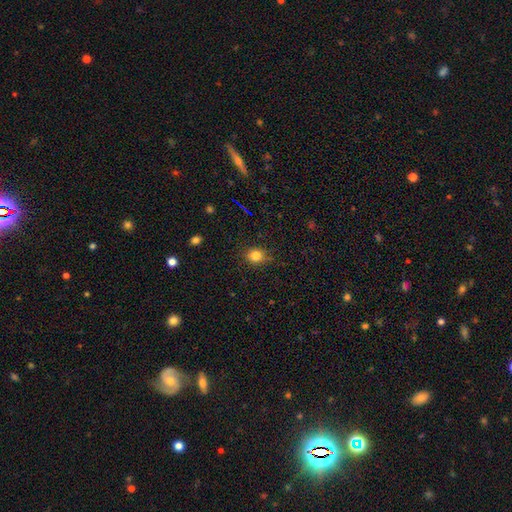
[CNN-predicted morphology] Smooth or featured?
  - smooth: 80% *
  - star or artifact: 13%
  - featured or disk: 6%
How rounded?
  - round: 71% *
  - in between: 28%
  - cigar-shaped: 1%
Merging?
  - none: 80% *
  - minor disturbance: 16%
  - major disturbance: 3%
  - merger: 1%